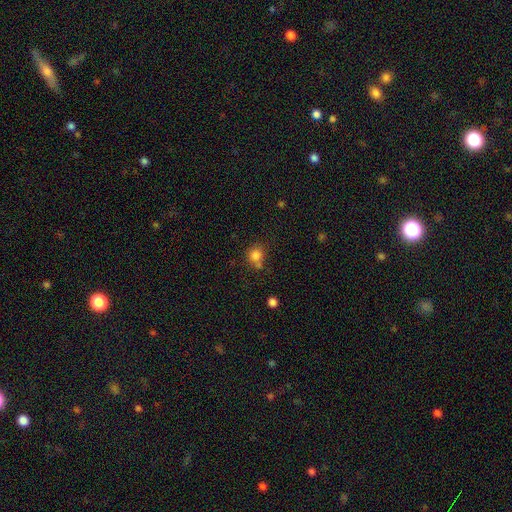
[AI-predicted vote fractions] A smooth galaxy with no disk features (81%) that is round (82%).

Vote fractions:
- Smooth or featured? smooth: 81% / star or artifact: 12% / featured or disk: 7%
- How rounded? round: 82% / in between: 17% / cigar-shaped: 1%
- Merging? none: 60% / merger: 18% / minor disturbance: 16% / major disturbance: 6%